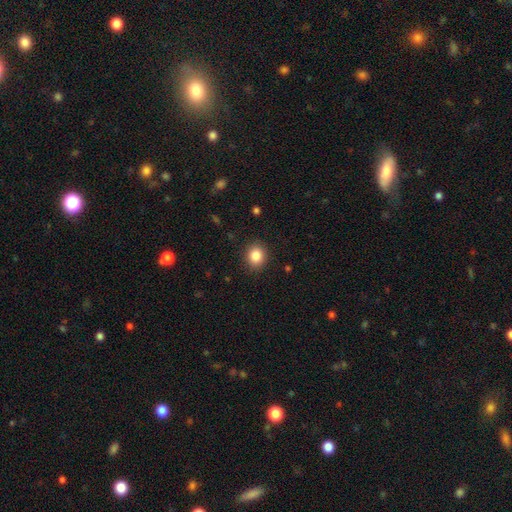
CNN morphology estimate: Overall: smooth (85%). How rounded: round (62%; in between 37%). Merging: none (89%).